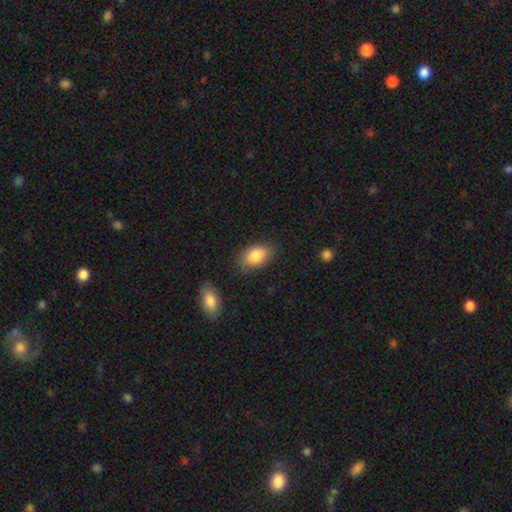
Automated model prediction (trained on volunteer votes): The model was most divided on "merging": none: 80%, minor disturbance: 15%, major disturbance: 3%, merger: 2%. More confident: how rounded — in between (90%); smooth or featured — smooth (85%).